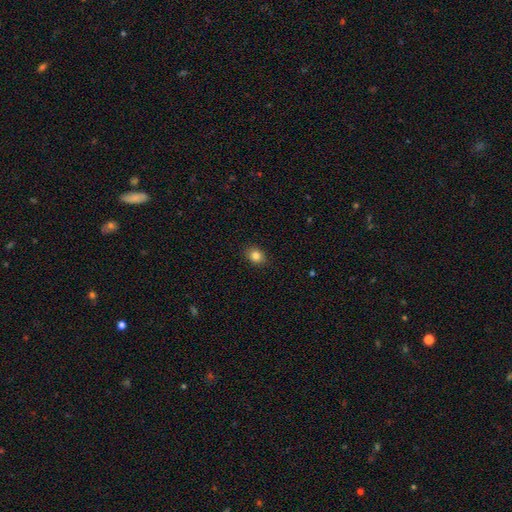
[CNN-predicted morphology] Smooth or featured? smooth (84%)
How rounded? round (56%)
Merging? none (89%)